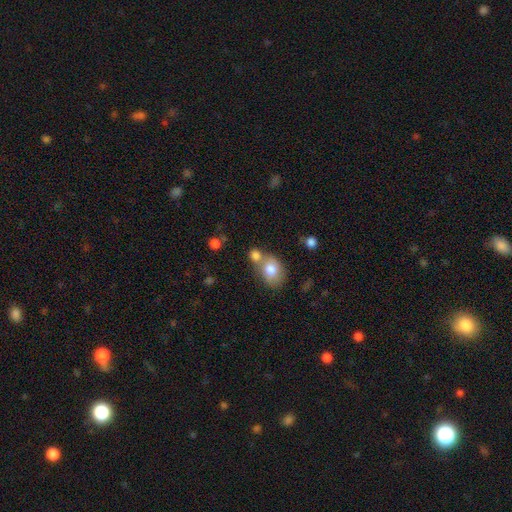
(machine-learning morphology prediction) Q: Smooth or featured?
A: smooth (79%); runner-up: featured or disk (11%)
Q: How rounded?
A: round (54%); runner-up: in between (44%)
Q: Merging?
A: merger (46%); runner-up: none (40%)